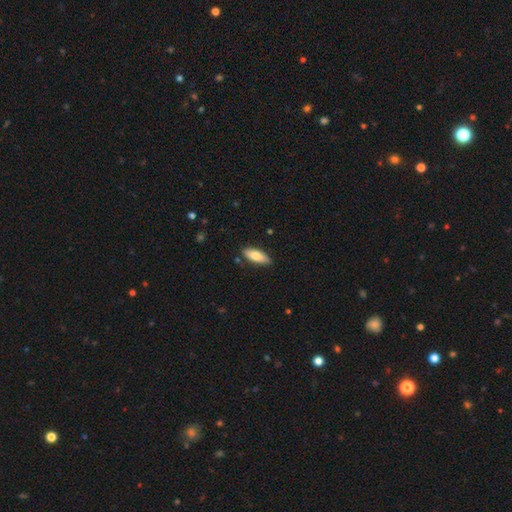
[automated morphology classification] smooth-or-featured: smooth: 77% | featured or disk: 18% | star or artifact: 6%
  how-rounded: in between: 71% | cigar-shaped: 27% | round: 2%
  merging: none: 85% | minor disturbance: 11% | major disturbance: 2% | merger: 2%